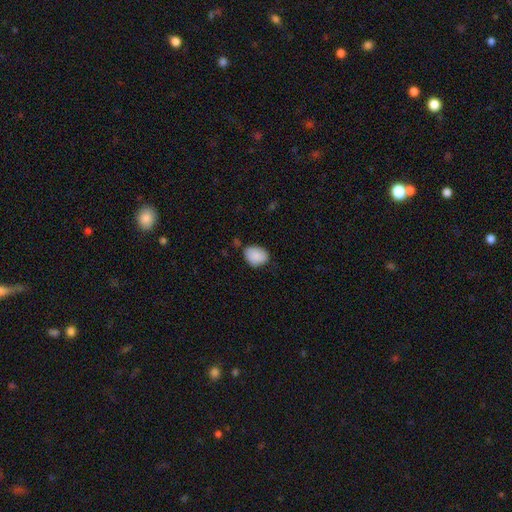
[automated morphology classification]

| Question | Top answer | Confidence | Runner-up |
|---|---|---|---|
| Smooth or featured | smooth | 88% | star or artifact (7%) |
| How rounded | in between | 67% | round (32%) |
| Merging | none | 68% | minor disturbance (25%) |